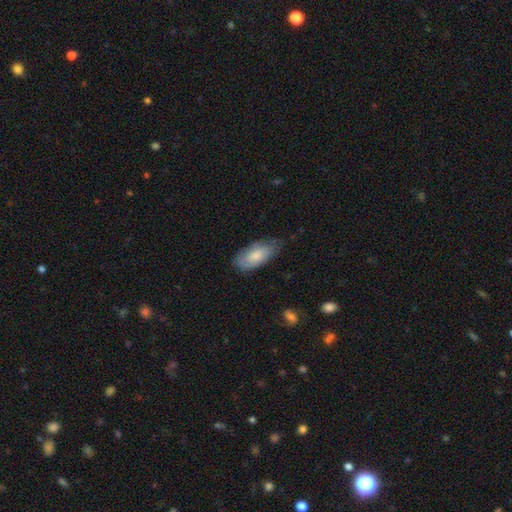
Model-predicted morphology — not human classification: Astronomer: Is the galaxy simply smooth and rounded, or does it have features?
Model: smooth — 76%.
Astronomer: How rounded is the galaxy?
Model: in between — 91%.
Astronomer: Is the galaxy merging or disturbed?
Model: none — 59%.